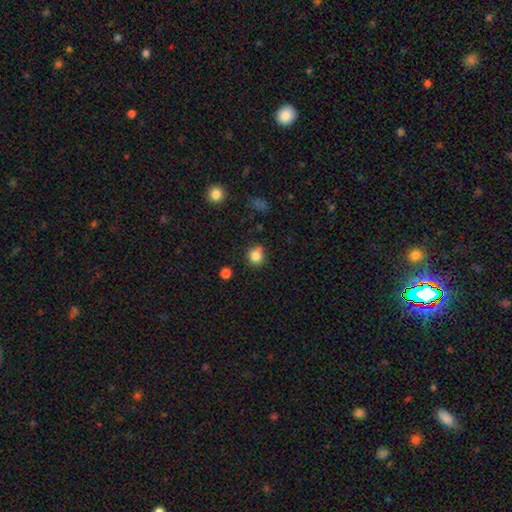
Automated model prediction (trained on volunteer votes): This is clearly a smooth galaxy (83%). How rounded: clearly round (88%). Merging: likely none (77%).